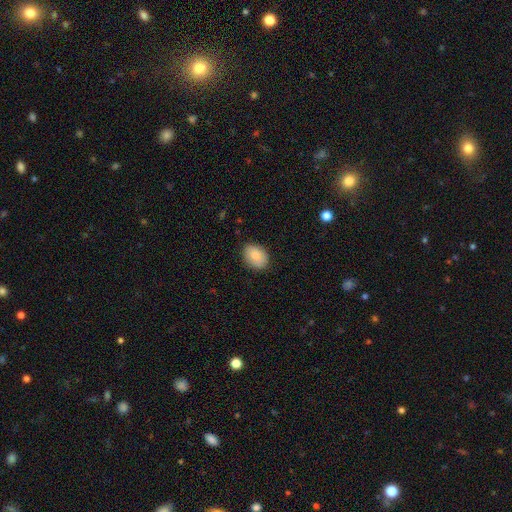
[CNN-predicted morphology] The model was most divided on "how rounded": in between: 77%, round: 22%, cigar-shaped: 1%. More confident: merging — none (84%); smooth or featured — smooth (83%).